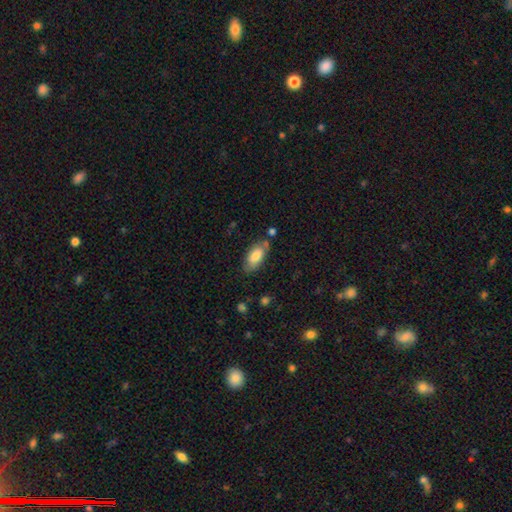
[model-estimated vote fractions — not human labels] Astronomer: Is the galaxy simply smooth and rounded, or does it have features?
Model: smooth — 75%.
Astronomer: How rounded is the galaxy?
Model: in between — 88%.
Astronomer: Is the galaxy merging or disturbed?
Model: none — 68%.